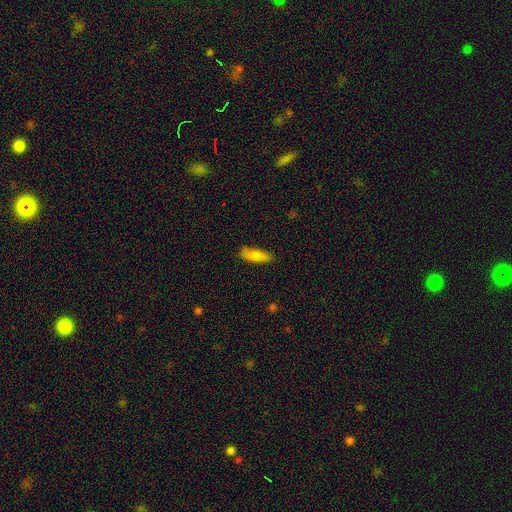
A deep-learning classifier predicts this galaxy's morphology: smooth 83%, featured or disk 11%, star or artifact 7%. Down the decision tree: how rounded — in between (53%); merging — none (79%).